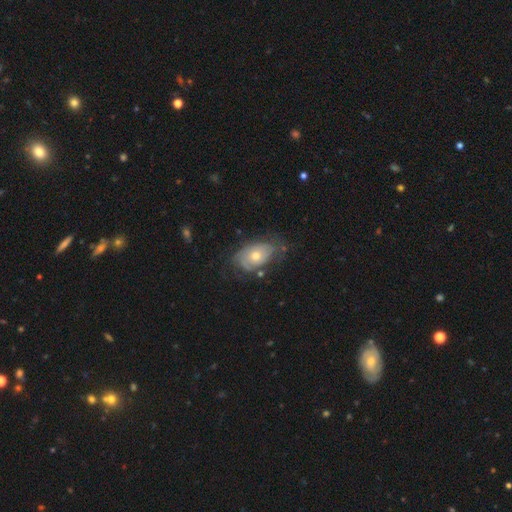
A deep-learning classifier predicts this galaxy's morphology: Q: Smooth or featured?
A: featured or disk (54%); runner-up: smooth (39%)
Q: Edge-on disk?
A: no (93%); runner-up: yes (7%)
Q: Bar?
A: no (87%); runner-up: weak (11%)
Q: Spiral arms?
A: yes (60%); runner-up: no (40%)
Q: Bulge size?
A: moderate (69%); runner-up: small (24%)
Q: Merging?
A: none (55%); runner-up: minor disturbance (29%)